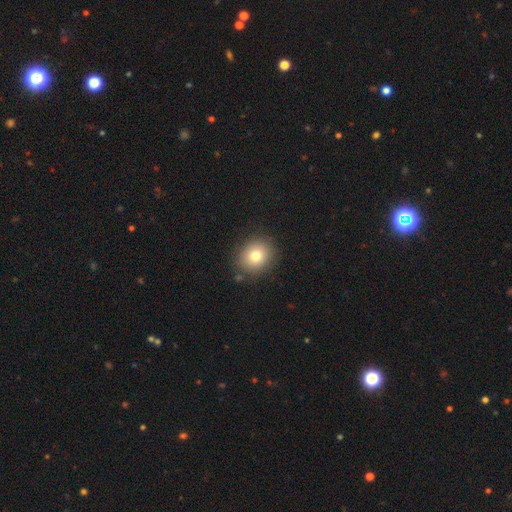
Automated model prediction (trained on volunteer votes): A smooth galaxy with no disk features (78%) that is round (73%).

Vote fractions:
- Smooth or featured? smooth: 78% / featured or disk: 11% / star or artifact: 11%
- How rounded? round: 73% / in between: 27% / cigar-shaped: 1%
- Merging? none: 85% / minor disturbance: 9% / major disturbance: 3% / merger: 2%